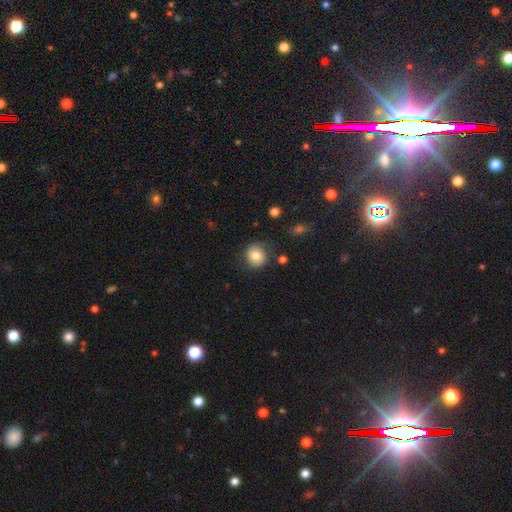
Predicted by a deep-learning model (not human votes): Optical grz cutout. It shows a smooth galaxy with no disk features (72%) that is round (79%). Merging: none (73%).